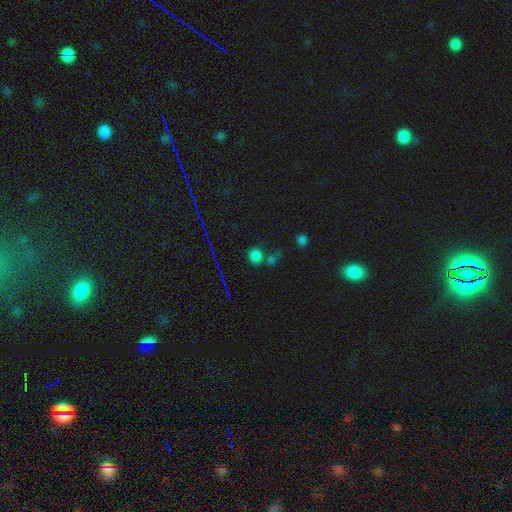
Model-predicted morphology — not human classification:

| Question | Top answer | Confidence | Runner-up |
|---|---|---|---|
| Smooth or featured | smooth | 68% | star or artifact (26%) |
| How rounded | round | 84% | in between (14%) |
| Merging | none | 61% | merger (23%) |